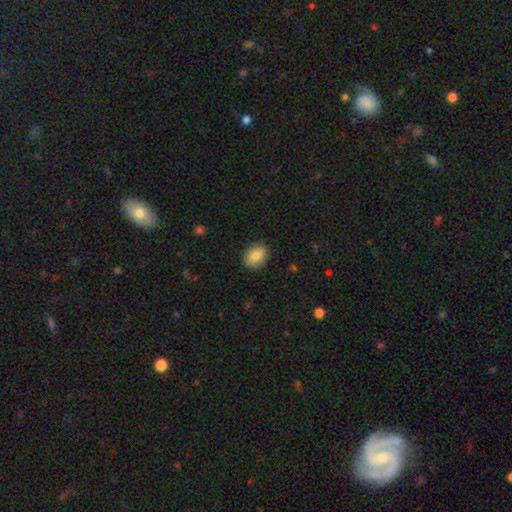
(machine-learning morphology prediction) Overall: smooth (86%). How rounded: in between (67%; round 32%). Merging: none (89%).